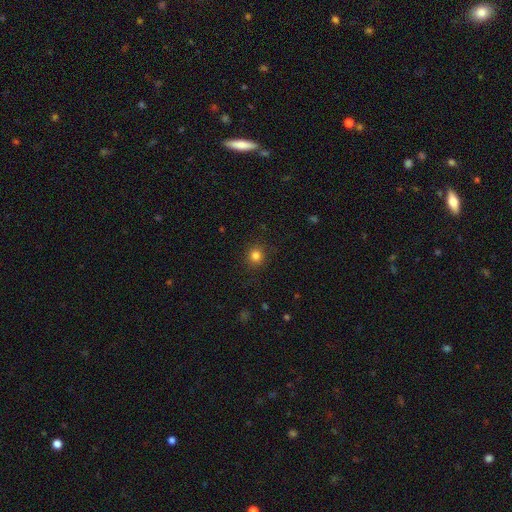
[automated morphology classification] A smooth galaxy with no disk features (82%) that is round (92%).

Vote fractions:
- Smooth or featured? smooth: 82% / star or artifact: 13% / featured or disk: 5%
- How rounded? round: 92% / in between: 7% / cigar-shaped: 1%
- Merging? none: 90% / minor disturbance: 7% / major disturbance: 2% / merger: 1%